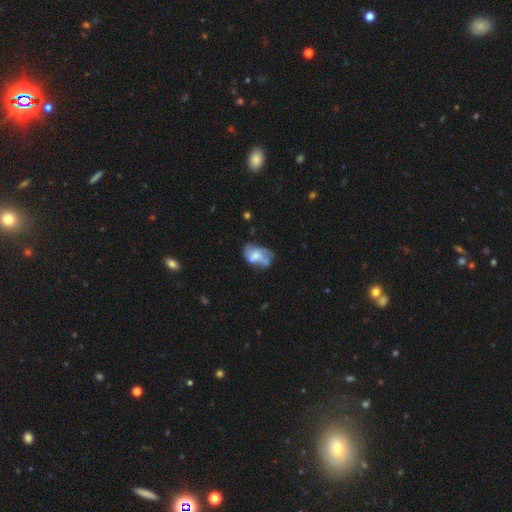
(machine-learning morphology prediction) Smooth or featured? featured or disk (50%)
Edge-on disk? no (97%)
Merging? none (37%)